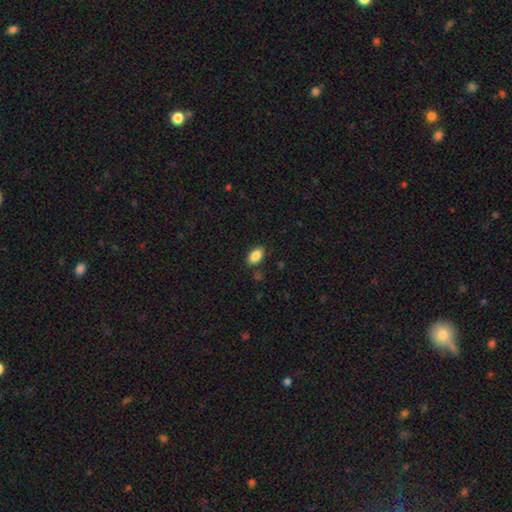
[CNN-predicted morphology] Smooth or featured? smooth (87%)
How rounded? in between (91%)
Merging? none (85%)